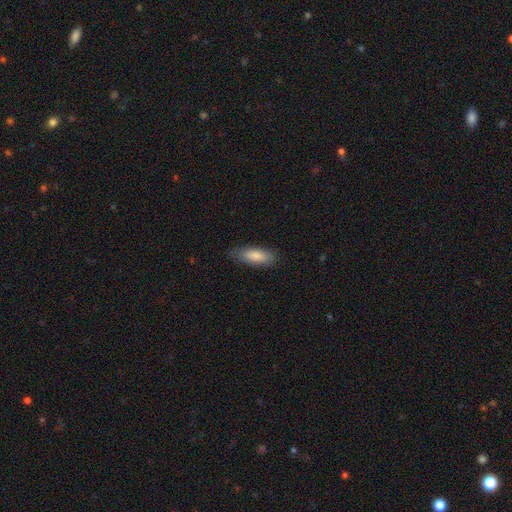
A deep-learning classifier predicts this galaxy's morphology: Smooth or featured: smooth — 83% (featured or disk — 11%)
How rounded: in between — 67% (cigar-shaped — 31%)
Merging: none — 77% (minor disturbance — 19%)